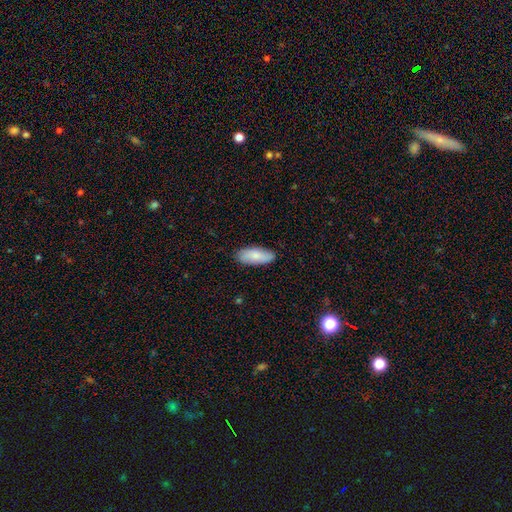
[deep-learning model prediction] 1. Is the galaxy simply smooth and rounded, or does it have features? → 82% smooth, 13% featured or disk, 6% star or artifact.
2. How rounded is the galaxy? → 79% in between, 19% cigar-shaped, 2% round.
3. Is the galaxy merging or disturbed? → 86% none, 11% minor disturbance, 2% major disturbance, 1% merger.